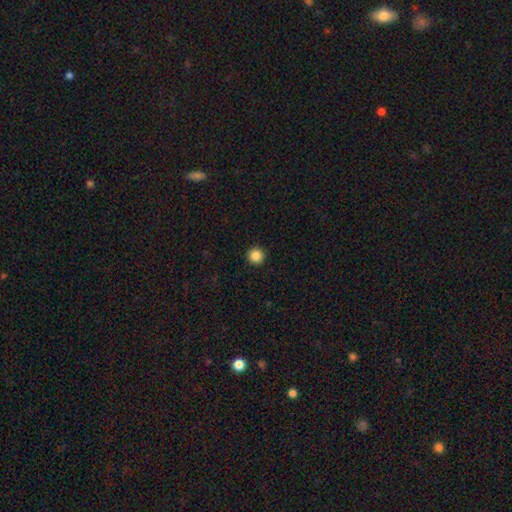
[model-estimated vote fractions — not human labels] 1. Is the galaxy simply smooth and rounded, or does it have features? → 87% smooth, 10% star or artifact, 3% featured or disk.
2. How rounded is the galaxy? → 96% round, 3% in between, 1% cigar-shaped.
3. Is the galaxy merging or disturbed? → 94% none, 4% minor disturbance, 1% major disturbance, 1% merger.